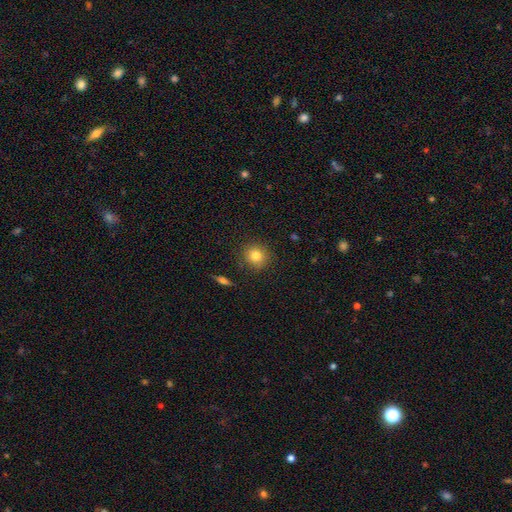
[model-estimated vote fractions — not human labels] smooth_or_featured: smooth (p=0.81) [alt: star or artifact p=0.11]
how_rounded: round (p=0.90) [alt: in between p=0.09]
merging: none (p=0.88) [alt: minor disturbance p=0.08]